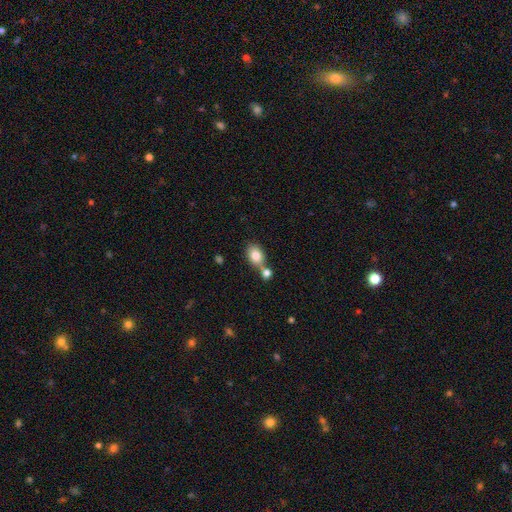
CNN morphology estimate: This is clearly a smooth galaxy (82%). How rounded: likely in between (75%). Merging: possibly none (47%).